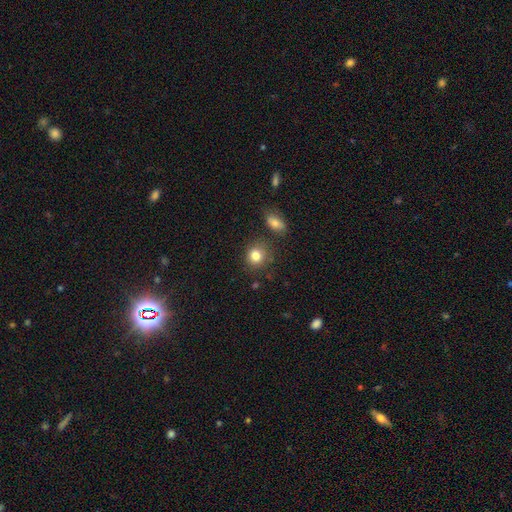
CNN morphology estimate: type=smooth (82%); roundness=round (79%); merging=none (78%).